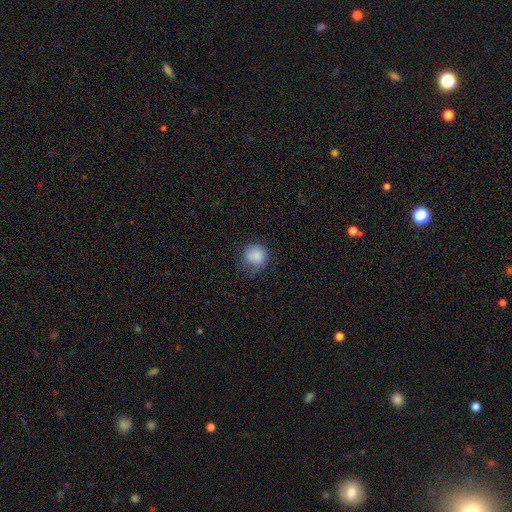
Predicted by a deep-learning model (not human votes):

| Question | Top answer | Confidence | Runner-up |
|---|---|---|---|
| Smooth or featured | smooth | 85% | star or artifact (9%) |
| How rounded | round | 85% | in between (14%) |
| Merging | none | 62% | minor disturbance (26%) |